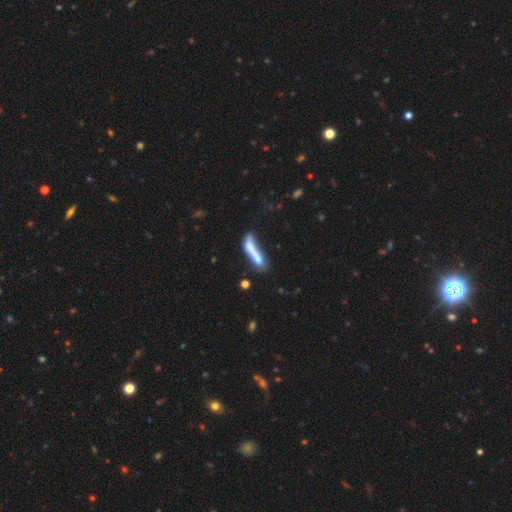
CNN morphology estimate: Smooth or featured?
  - smooth: 58% *
  - featured or disk: 33%
  - star or artifact: 10%
How rounded?
  - cigar-shaped: 75% *
  - in between: 22%
  - round: 3%
Merging?
  - merger: 42% *
  - none: 25%
  - major disturbance: 17%
  - minor disturbance: 16%